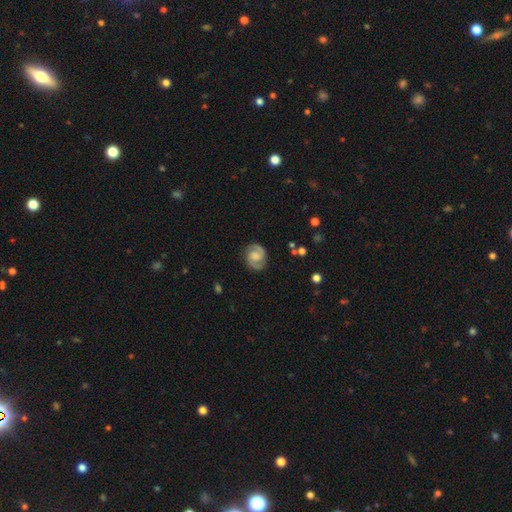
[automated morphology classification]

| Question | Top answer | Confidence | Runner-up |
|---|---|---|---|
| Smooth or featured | featured or disk | 83% | smooth (11%) |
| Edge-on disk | no | 98% | yes (2%) |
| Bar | no | 47% | weak (44%) |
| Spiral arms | yes | 97% | no (3%) |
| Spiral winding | medium | 51% | tight (36%) |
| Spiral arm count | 2 | 93% | can't tell (3%) |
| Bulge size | none | 31% | tied: moderate (31%) |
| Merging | none | 83% | minor disturbance (12%) |